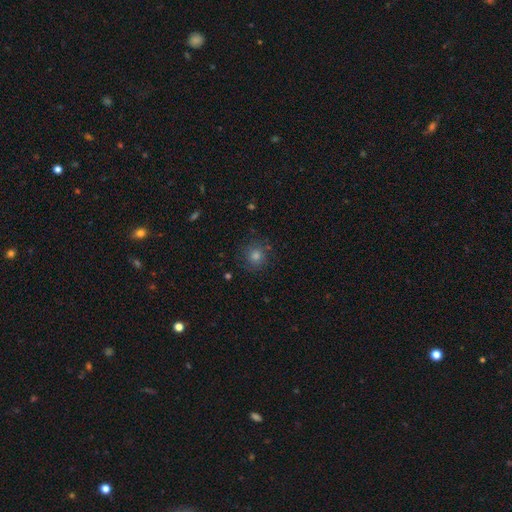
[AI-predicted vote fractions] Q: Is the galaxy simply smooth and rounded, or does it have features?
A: smooth — 68%.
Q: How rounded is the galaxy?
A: round — 92%.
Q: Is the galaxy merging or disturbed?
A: none — 85%.